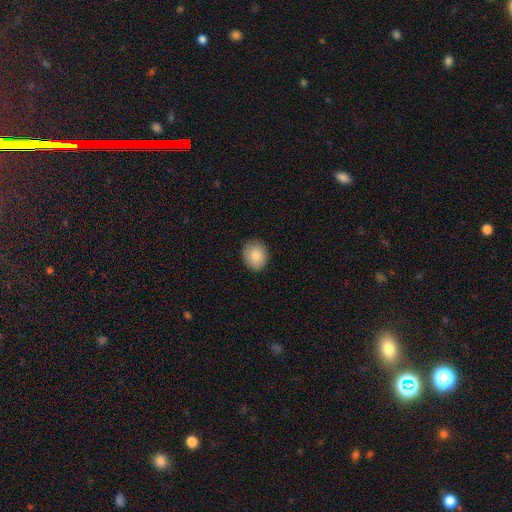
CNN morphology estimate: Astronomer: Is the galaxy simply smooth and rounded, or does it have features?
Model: smooth — 87%.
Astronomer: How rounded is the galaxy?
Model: round — 59% (runner-up: in between, 40%).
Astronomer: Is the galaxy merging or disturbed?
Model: none — 86%.